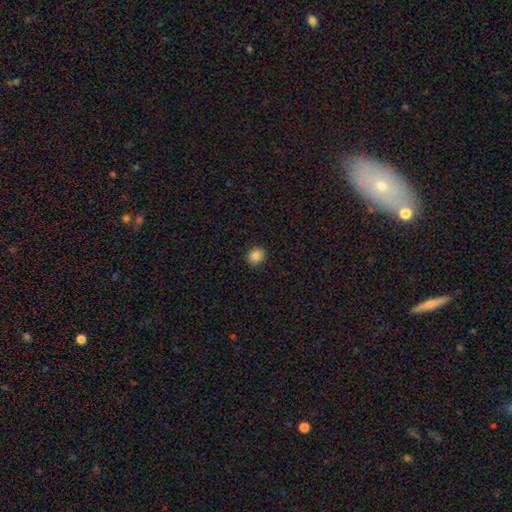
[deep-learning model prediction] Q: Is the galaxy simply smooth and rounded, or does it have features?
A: smooth — 85%.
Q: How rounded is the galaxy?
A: round — 78%.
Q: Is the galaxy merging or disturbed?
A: none — 90%.